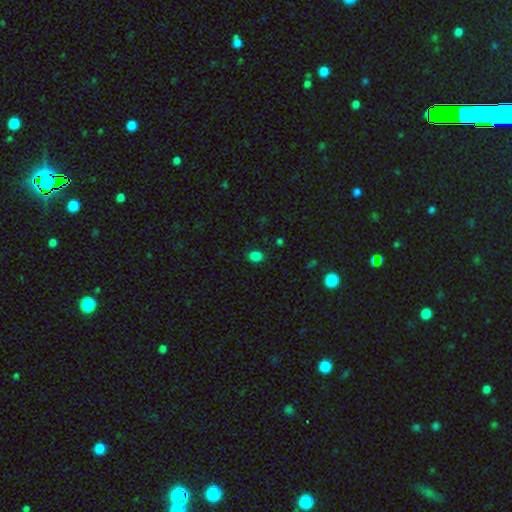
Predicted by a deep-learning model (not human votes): Smooth or featured? Predicted: smooth (p=0.81). How rounded? Predicted: in between (p=0.54). Merging? Predicted: none (p=0.84).